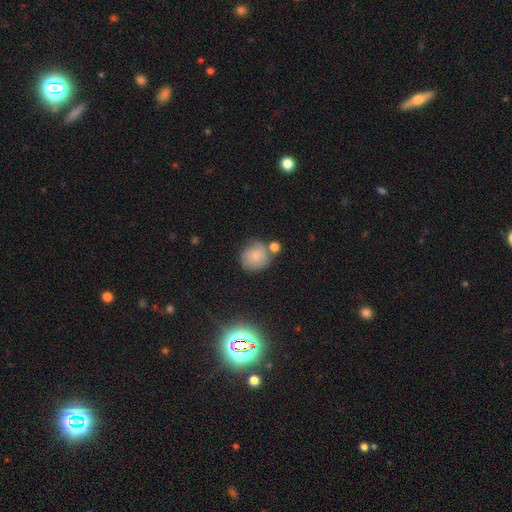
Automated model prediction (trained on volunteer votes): A smooth galaxy with no disk features (77%) that is round (87%). Merging: none (63%).